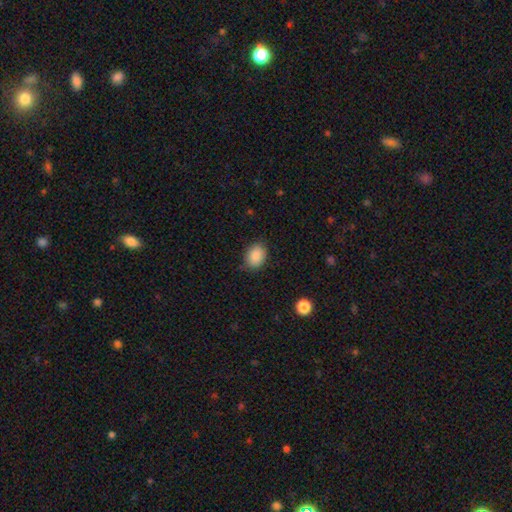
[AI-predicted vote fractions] A smooth galaxy with no disk features (88%) that is in between round and cigar-shaped (65%). Merging: none (83%).